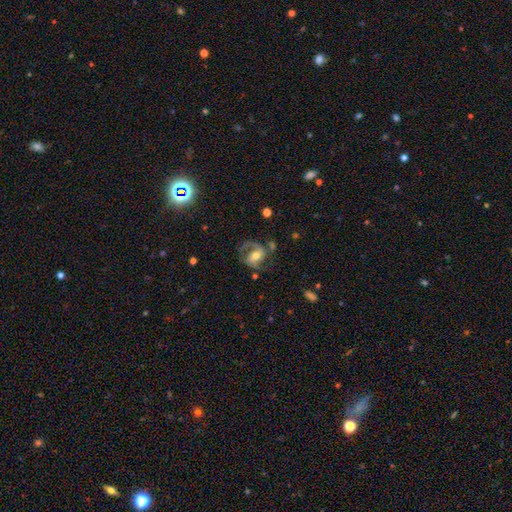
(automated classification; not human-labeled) Smooth or featured: featured or disk — 79% (smooth — 14%)
Edge-on disk: no — 97% (yes — 3%)
Bar: weak — 40% (no — 39%)
Spiral arms: yes — 92% (no — 8%)
Spiral winding: medium — 51% (loose — 27%)
Spiral arm count: 2 — 68% (1 — 24%)
Bulge size: moderate — 68% (small — 22%)
Merging: none — 56% (major disturbance — 20%)